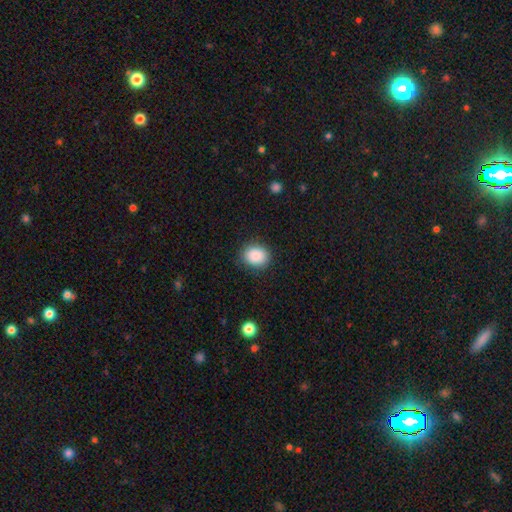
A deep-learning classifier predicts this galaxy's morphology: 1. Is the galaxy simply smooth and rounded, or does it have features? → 88% smooth, 8% star or artifact, 4% featured or disk.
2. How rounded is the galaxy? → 60% round, 39% in between, 1% cigar-shaped.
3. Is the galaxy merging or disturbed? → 87% none, 9% minor disturbance, 3% major disturbance, 1% merger.